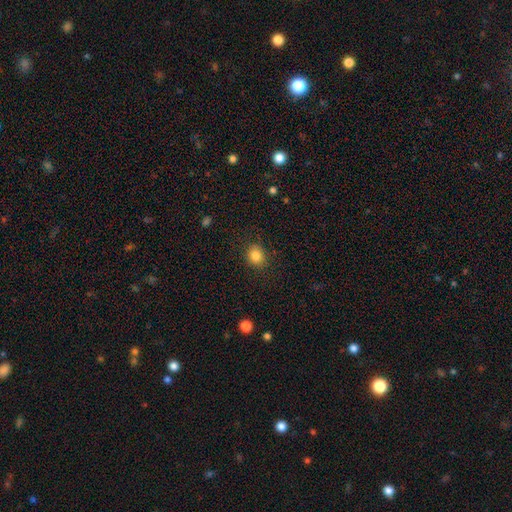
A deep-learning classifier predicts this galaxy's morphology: This is clearly a smooth galaxy (84%). How rounded: likely round (75%). Merging: clearly none (86%).